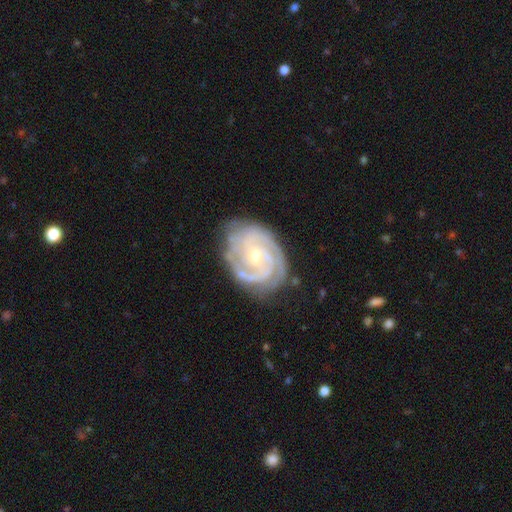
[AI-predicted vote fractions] smooth-or-featured: featured or disk: 89% | smooth: 6% | star or artifact: 5%
  disk-edge-on: no: 97% | yes: 3%
    bar: no: 62% | weak: 31% | strong: 7%
    has-spiral-arms: yes: 97% | no: 3%
      spiral-winding: tight: 72% | medium: 24% | loose: 4%
      spiral-arm-count: 2: 29% (tied) | 3: 29% (tied) | can't tell: 22% | 4: 10% | 1: 5% | more than 4: 5%
    bulge-size: small: 59% | moderate: 38% | large: 1% | none: 1% | dominant: 1%
  merging: none: 72% | minor disturbance: 20% | major disturbance: 6% | merger: 2%